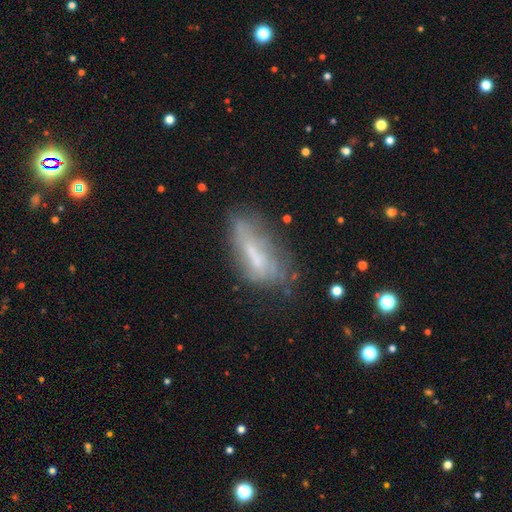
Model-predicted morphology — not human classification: This appears to be a smooth galaxy with no disk features (47%). Merging: none (44%).